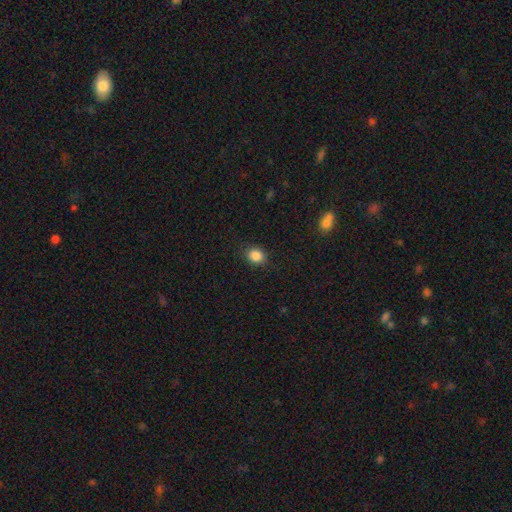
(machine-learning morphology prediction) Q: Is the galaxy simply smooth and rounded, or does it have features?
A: smooth — 86%.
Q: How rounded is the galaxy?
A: round — 55%.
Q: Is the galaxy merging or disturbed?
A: none — 87%.